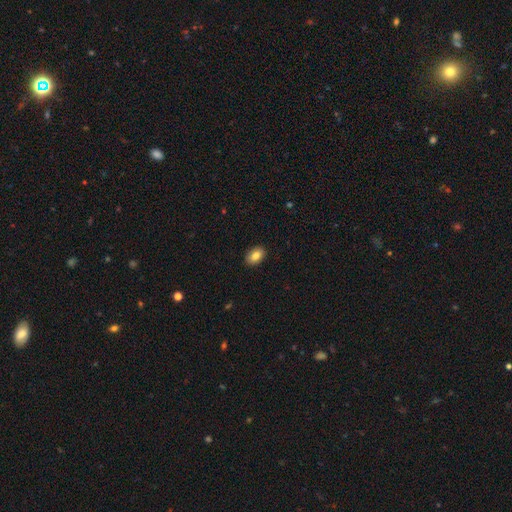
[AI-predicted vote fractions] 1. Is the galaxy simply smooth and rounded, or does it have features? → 84% smooth, 8% featured or disk, 8% star or artifact.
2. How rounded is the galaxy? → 86% in between, 12% round, 1% cigar-shaped.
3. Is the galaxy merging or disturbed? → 90% none, 8% minor disturbance, 2% major disturbance, 1% merger.